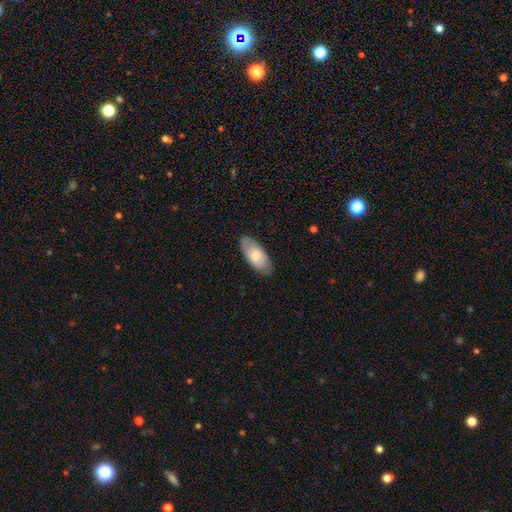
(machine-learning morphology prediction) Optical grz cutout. It shows a smooth galaxy with no disk features (70%) that is in between round and cigar-shaped (88%). Merging: none (83%).